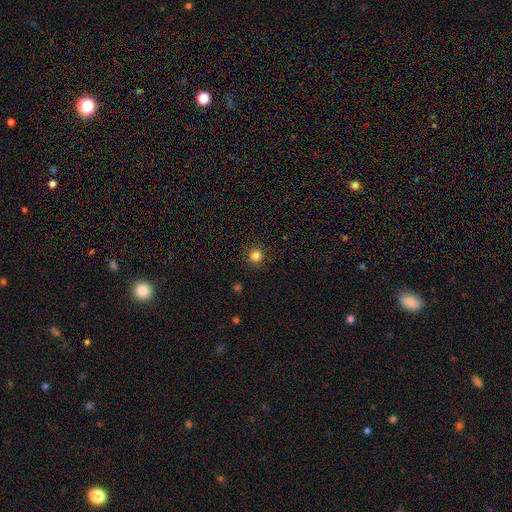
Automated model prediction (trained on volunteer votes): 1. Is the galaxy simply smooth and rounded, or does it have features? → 83% smooth, 13% star or artifact, 4% featured or disk.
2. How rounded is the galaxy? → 95% round, 4% in between, 1% cigar-shaped.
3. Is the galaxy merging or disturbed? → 91% none, 6% minor disturbance, 2% major disturbance, 1% merger.